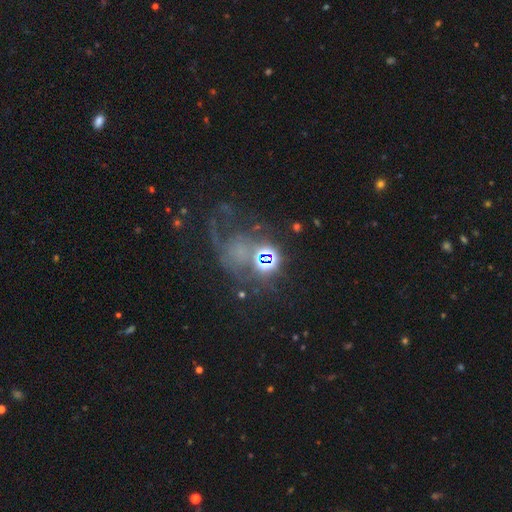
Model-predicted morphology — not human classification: A featured or disk galaxy (41%).

Vote fractions:
- Smooth or featured? featured or disk: 41% / star or artifact: 40% / smooth: 19%
- Merging? none: 37% / major disturbance: 35% / minor disturbance: 14% / merger: 14%